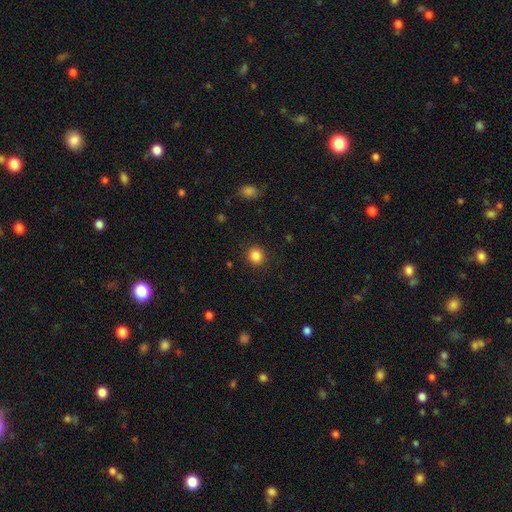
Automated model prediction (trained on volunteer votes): Morphology: type=smooth (85%); roundness=round (89%); merging=none (91%).